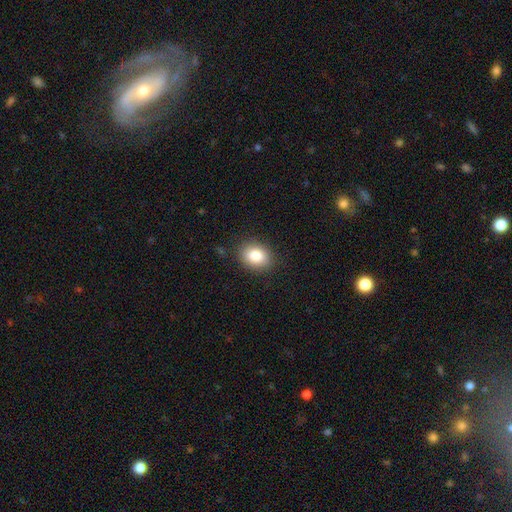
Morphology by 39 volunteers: Volunteers were most divided on "how rounded": round: 61%, in between: 39%, cigar-shaped: 0%. More confident: merging — none (92%); smooth or featured — smooth (85%).